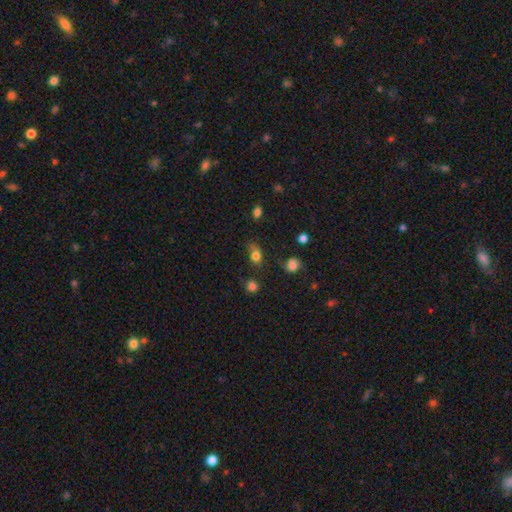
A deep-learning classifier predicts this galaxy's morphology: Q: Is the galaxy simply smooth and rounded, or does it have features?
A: smooth — 78%.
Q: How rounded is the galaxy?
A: in between — 67%.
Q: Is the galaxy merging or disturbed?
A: none — 46%.